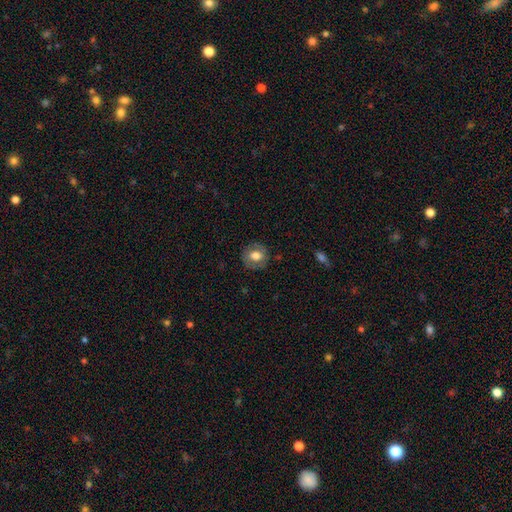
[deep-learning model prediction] Overall: smooth (66%). How rounded: round (79%). Merging: none (82%).